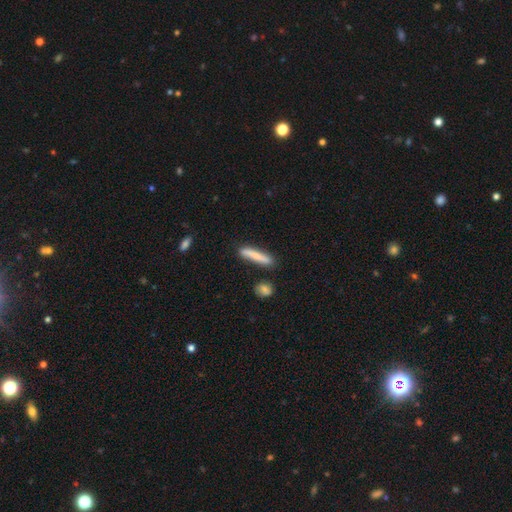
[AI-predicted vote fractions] This appears to be a smooth galaxy with no disk features (74%) that is cigar-shaped (91%). Merging: none (82%).